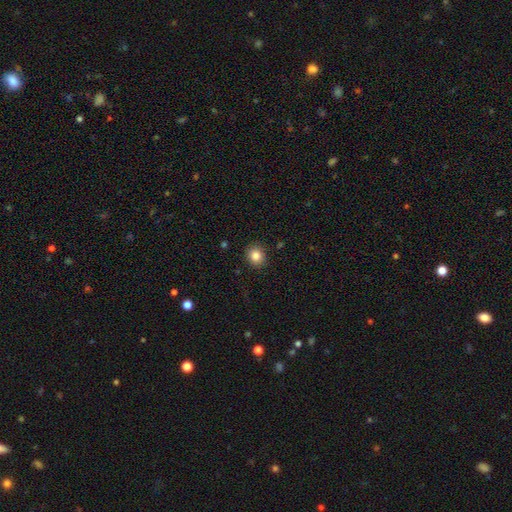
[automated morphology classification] smooth_or_featured: smooth (p=0.85) [alt: star or artifact p=0.10]
how_rounded: round (p=0.83) [alt: in between p=0.16]
merging: none (p=0.89) [alt: minor disturbance p=0.08]